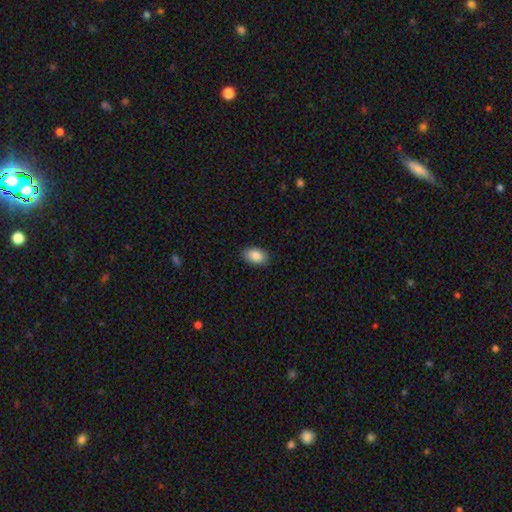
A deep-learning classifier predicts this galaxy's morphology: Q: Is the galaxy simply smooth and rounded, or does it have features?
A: smooth — 89%.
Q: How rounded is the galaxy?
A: in between — 90%.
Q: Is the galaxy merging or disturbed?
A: none — 88%.